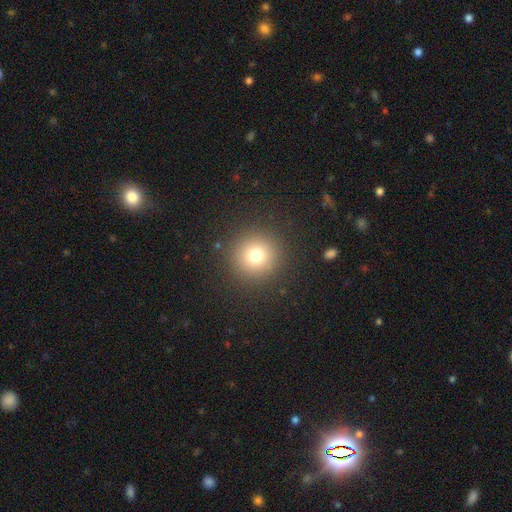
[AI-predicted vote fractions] smooth-or-featured: smooth: 74% | star or artifact: 16% | featured or disk: 10%
  how-rounded: round: 96% | in between: 3% | cigar-shaped: 1%
  merging: none: 90% | minor disturbance: 5% | major disturbance: 3% | merger: 1%